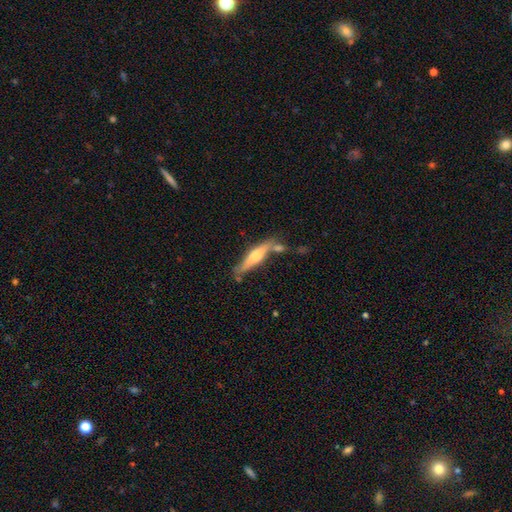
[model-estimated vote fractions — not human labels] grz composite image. It shows a smooth galaxy with no disk features (50%) that is cigar-shaped (82%). Merging: none (59%).